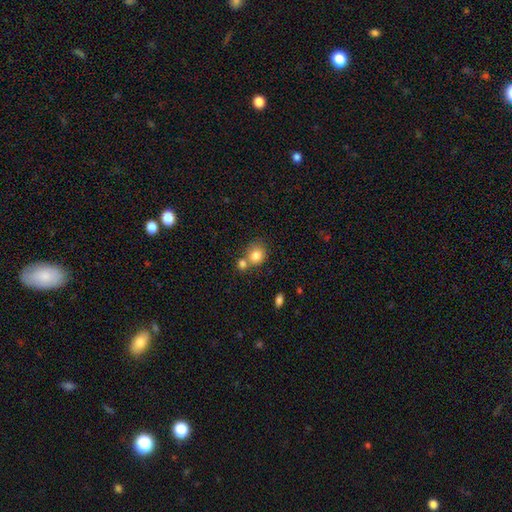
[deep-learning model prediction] This appears to be a smooth galaxy with no disk features (83%) that is round (72%). Merging: none (49%).